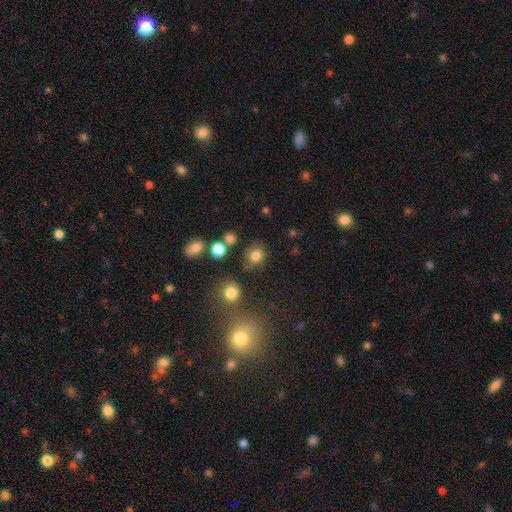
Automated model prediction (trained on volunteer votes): This is likely a smooth galaxy (79%). How rounded: likely round (67%). Merging: likely none (69%).